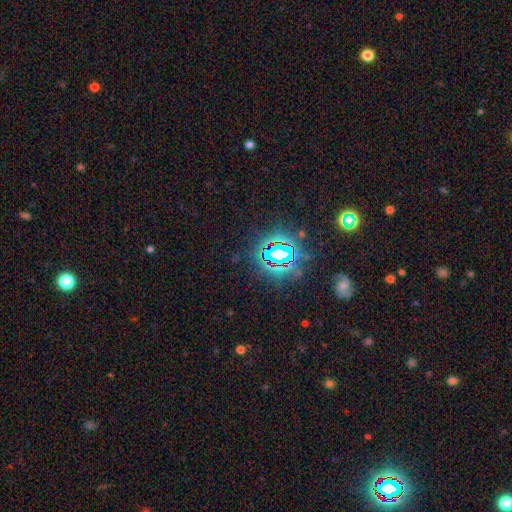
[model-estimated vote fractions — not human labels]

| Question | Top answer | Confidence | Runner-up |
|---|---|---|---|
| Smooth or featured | star or artifact | 82% | smooth (11%) |